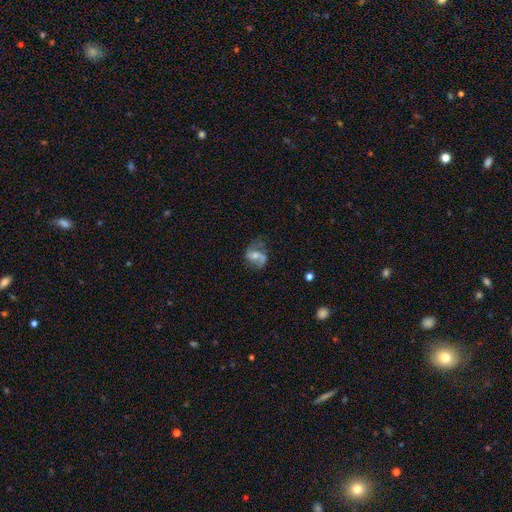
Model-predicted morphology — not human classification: Smooth or featured? Predicted: featured or disk (p=0.69). Edge-on disk? Predicted: no (p=0.97). Bar? Predicted: weak (p=0.43). Spiral arms? Predicted: yes (p=0.84). Spiral winding? Predicted: loose (p=0.55). Spiral arm count? Predicted: 2 (p=0.80). Bulge size? Predicted: moderate (p=0.47). Merging? Predicted: none (p=0.48).